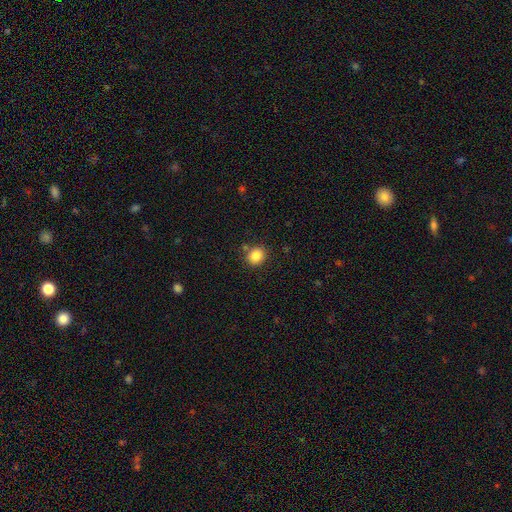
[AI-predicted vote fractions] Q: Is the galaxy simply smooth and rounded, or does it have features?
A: smooth — 85%.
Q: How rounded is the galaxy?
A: round — 71%.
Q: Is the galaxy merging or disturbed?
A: none — 81%.